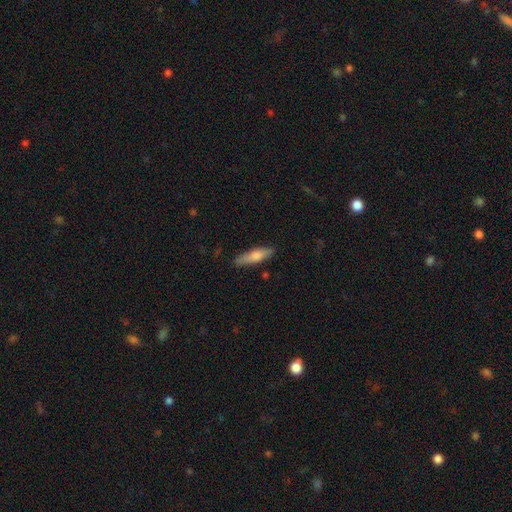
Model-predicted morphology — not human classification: Smooth or featured: smooth — 66% (featured or disk — 28%)
How rounded: cigar-shaped — 71% (in between — 27%)
Merging: none — 85% (minor disturbance — 12%)